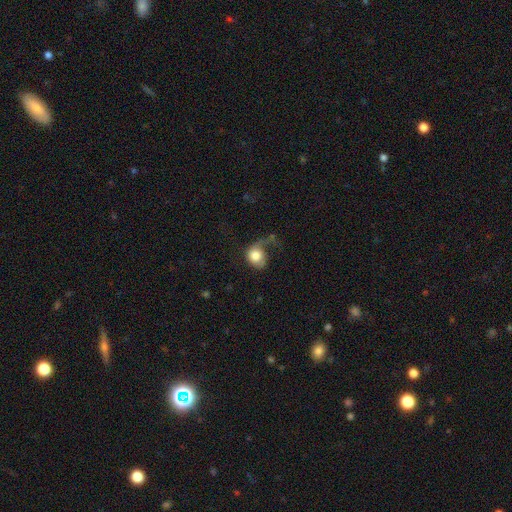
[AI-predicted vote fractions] Smooth or featured?
  - smooth: 66% *
  - featured or disk: 27%
  - star or artifact: 8%
How rounded?
  - round: 66% *
  - in between: 33%
  - cigar-shaped: 1%
Merging?
  - major disturbance: 52% *
  - none: 23%
  - minor disturbance: 20%
  - merger: 5%